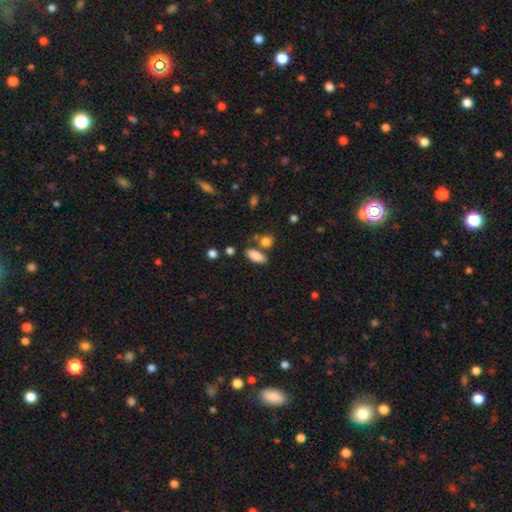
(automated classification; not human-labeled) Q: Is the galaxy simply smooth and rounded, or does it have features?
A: smooth — 86%.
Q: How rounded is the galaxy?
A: in between — 82%.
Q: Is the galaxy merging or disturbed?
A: none — 71%.